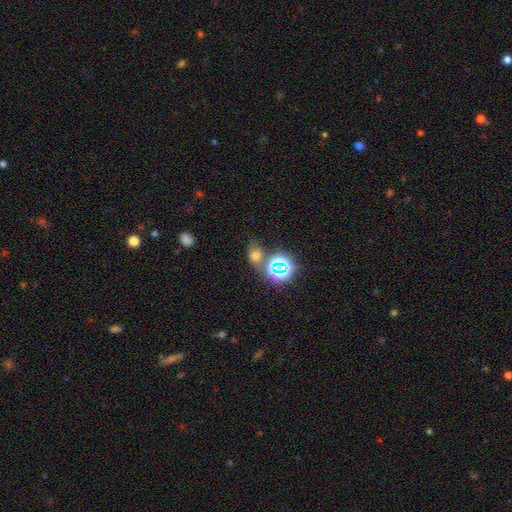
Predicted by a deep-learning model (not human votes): This is possibly a smooth galaxy (58%). How rounded: possibly in between (56%). Merging: likely none (60%).